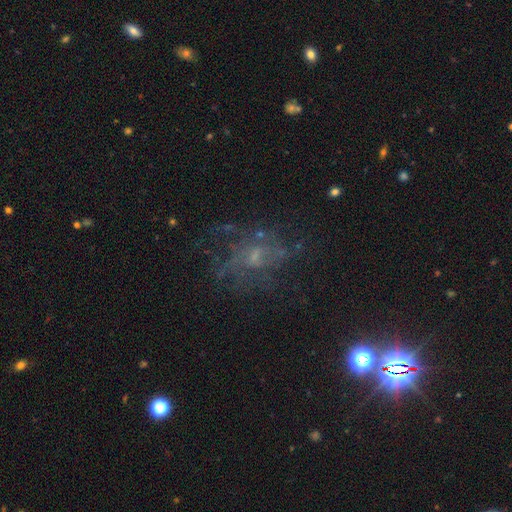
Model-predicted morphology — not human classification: featured or disk 57%, star or artifact 24%, smooth 19%. Down the decision tree: edge-on disk — no (96%); bar — no (73%); spiral arms — yes (52%); bulge size — small (49%); merging — none (56%).